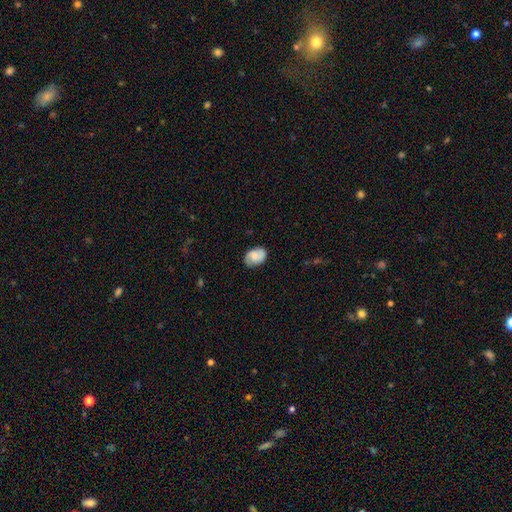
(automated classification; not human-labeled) Q: Smooth or featured?
A: smooth (50%); runner-up: featured or disk (41%)
Q: How rounded?
A: in between (73%); runner-up: round (26%)
Q: Merging?
A: none (78%); runner-up: minor disturbance (17%)